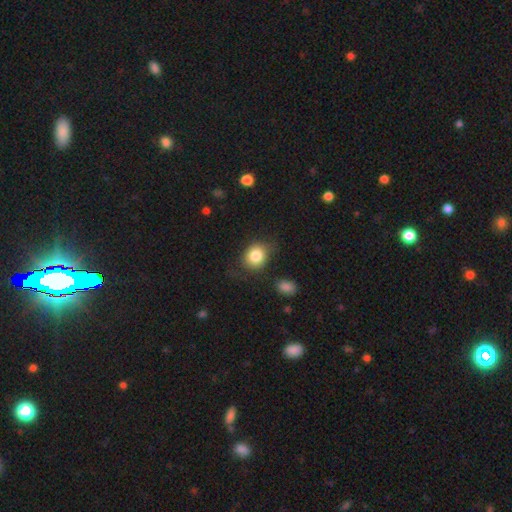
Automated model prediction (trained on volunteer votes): The model was most divided on "how rounded": round: 61%, in between: 38%, cigar-shaped: 1%. More confident: smooth or featured — smooth (82%); merging — none (70%).